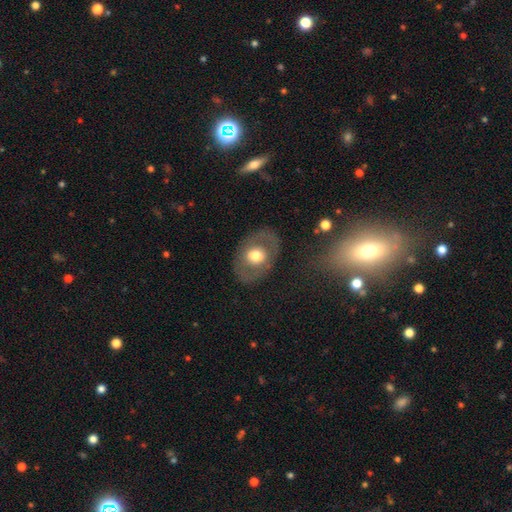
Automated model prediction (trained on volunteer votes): Q: Smooth or featured?
A: smooth (52%); runner-up: featured or disk (41%)
Q: How rounded?
A: in between (66%); runner-up: round (33%)
Q: Merging?
A: none (80%); runner-up: minor disturbance (12%)